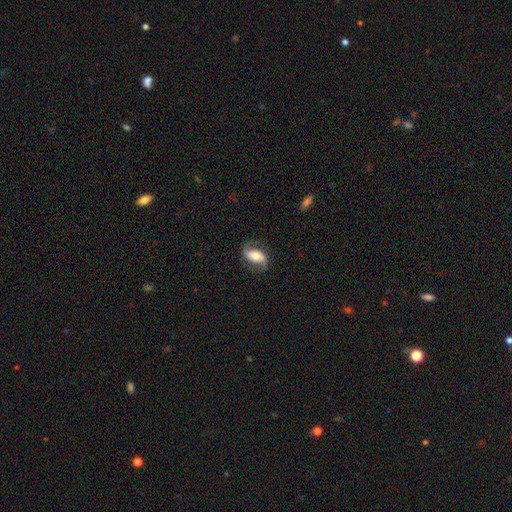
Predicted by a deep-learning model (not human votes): This is likely a featured or disk galaxy (69%). It is clearly not viewed edge-on (95%). Bar: marginally no (36%). Spiral arm pattern: clearly yes (90%). Spiral arm count: clearly 2 (90%). Spiral winding: marginally medium (43%). Central bulge: possibly moderate (57%). Merging: likely none (76%).